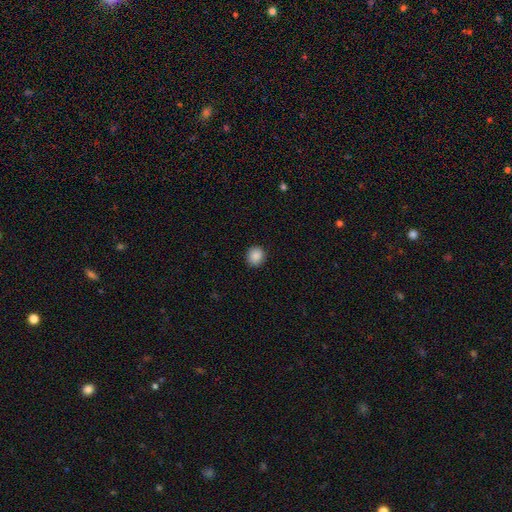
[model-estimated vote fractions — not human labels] Smooth or featured: smooth — 88% (star or artifact — 9%)
How rounded: round — 87% (in between — 12%)
Merging: none — 91% (minor disturbance — 6%)